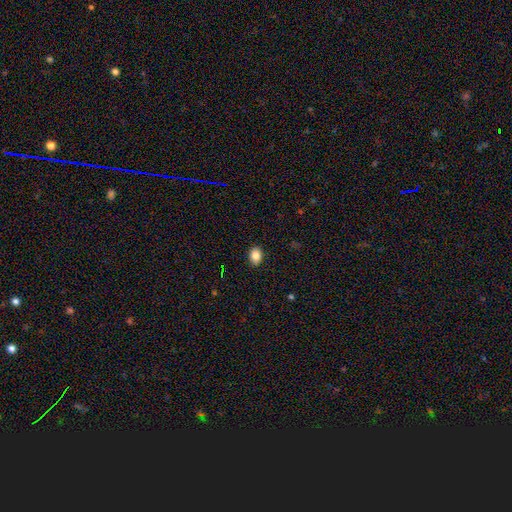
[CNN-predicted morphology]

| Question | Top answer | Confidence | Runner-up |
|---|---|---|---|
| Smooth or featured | smooth | 85% | star or artifact (9%) |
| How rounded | in between | 67% | round (32%) |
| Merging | none | 89% | minor disturbance (8%) |